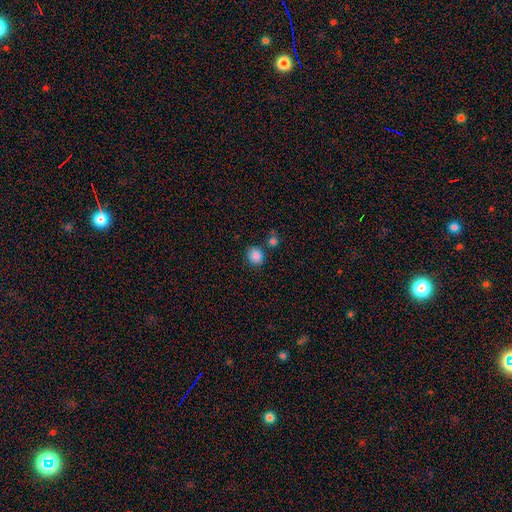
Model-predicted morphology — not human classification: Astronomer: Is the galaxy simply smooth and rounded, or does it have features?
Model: smooth — 86%.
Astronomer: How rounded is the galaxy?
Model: round — 78%.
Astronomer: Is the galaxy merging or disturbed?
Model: none — 78%.